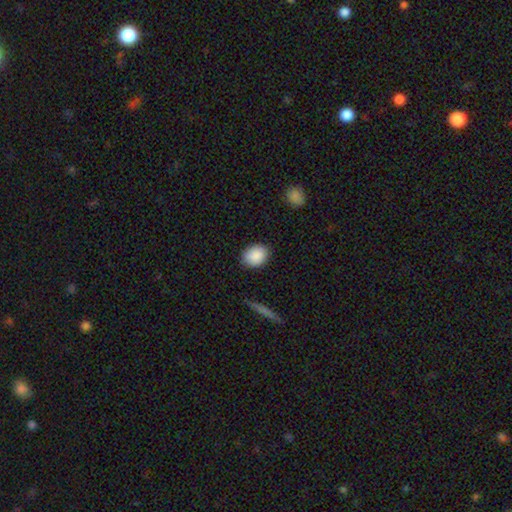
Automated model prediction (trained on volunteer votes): smooth-or-featured: smooth: 89% | star or artifact: 7% | featured or disk: 4%
  how-rounded: in between: 60% | round: 38% | cigar-shaped: 1%
  merging: none: 87% | minor disturbance: 10% | major disturbance: 2% | merger: 1%